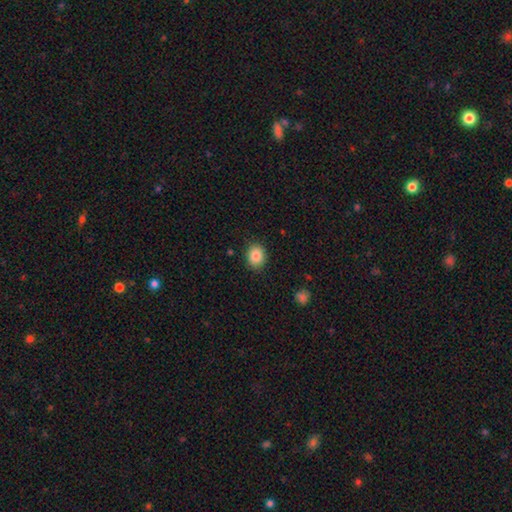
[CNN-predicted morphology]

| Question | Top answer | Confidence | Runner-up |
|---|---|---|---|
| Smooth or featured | smooth | 85% | star or artifact (9%) |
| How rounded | round | 60% | in between (39%) |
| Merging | none | 88% | minor disturbance (9%) |